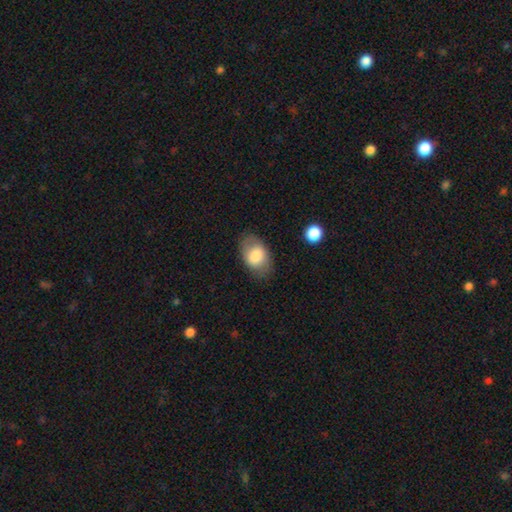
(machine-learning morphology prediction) This appears to be a smooth galaxy with no disk features (77%) that is in between round and cigar-shaped (87%). Merging: none (76%).